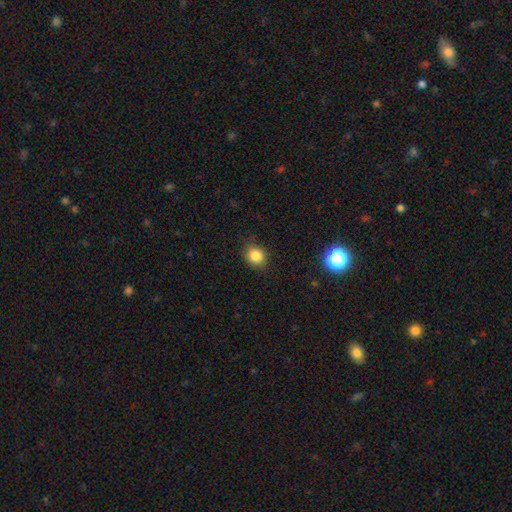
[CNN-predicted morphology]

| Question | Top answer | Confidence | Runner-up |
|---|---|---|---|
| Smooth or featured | smooth | 84% | star or artifact (11%) |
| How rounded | round | 70% | in between (29%) |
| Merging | none | 84% | minor disturbance (12%) |